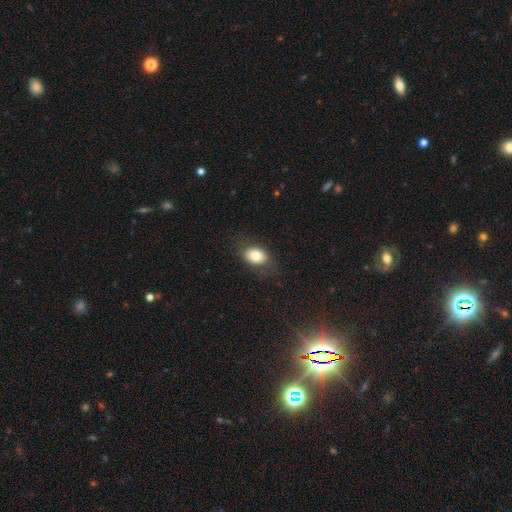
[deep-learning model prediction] Smooth or featured? smooth (79%)
How rounded? in between (77%)
Merging? none (77%)